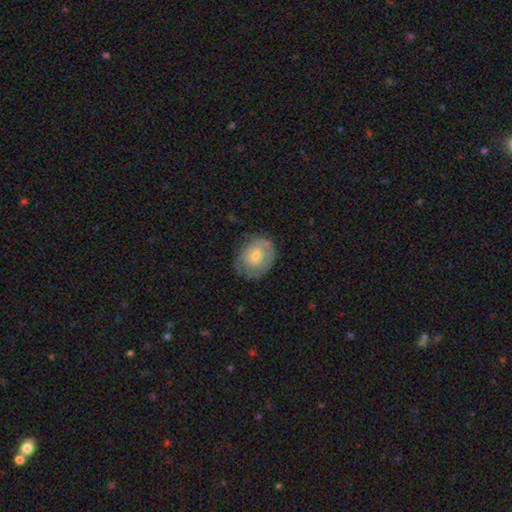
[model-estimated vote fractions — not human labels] Smooth or featured?
  - smooth: 49% *
  - featured or disk: 44%
  - star or artifact: 6%
Merging?
  - none: 60% *
  - minor disturbance: 27%
  - major disturbance: 11%
  - merger: 1%